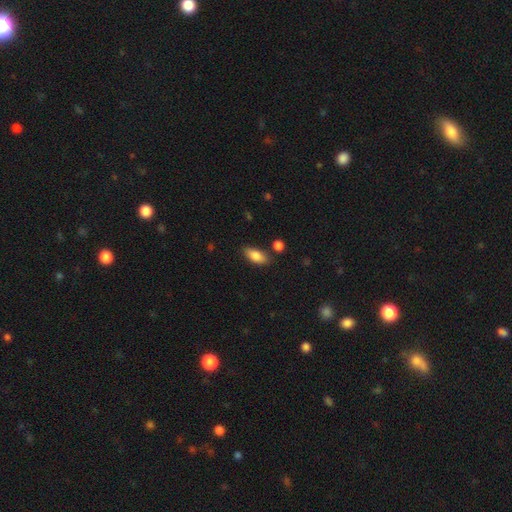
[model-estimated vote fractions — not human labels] smooth 84%, featured or disk 9%, star or artifact 7%. Down the decision tree: how rounded — in between (87%); merging — none (79%).